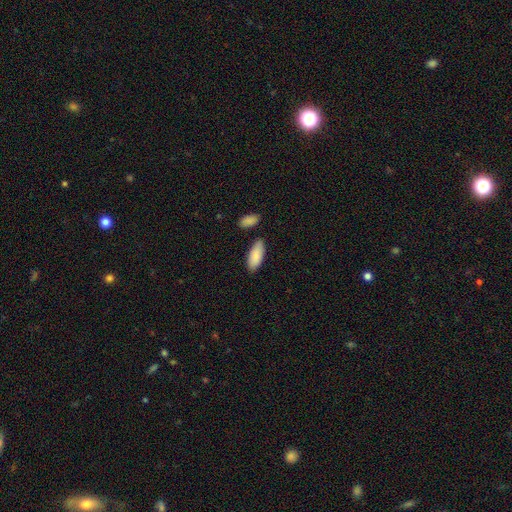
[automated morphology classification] Smooth or featured? Predicted: smooth (p=0.87). How rounded? Predicted: in between (p=0.84). Merging? Predicted: none (p=0.77).